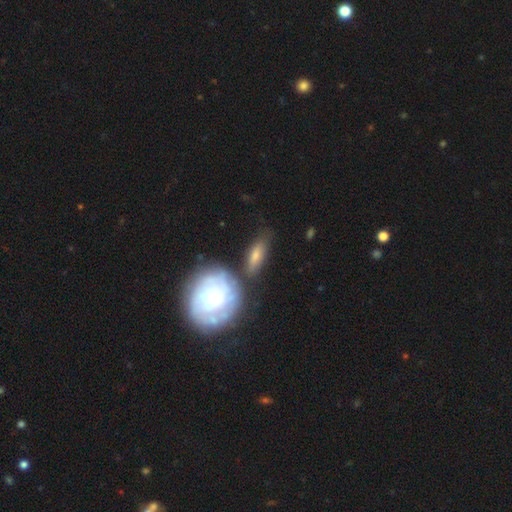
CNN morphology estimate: Smooth or featured? Predicted: smooth (p=0.63). How rounded? Predicted: in between (p=0.69). Merging? Predicted: none (p=0.65).